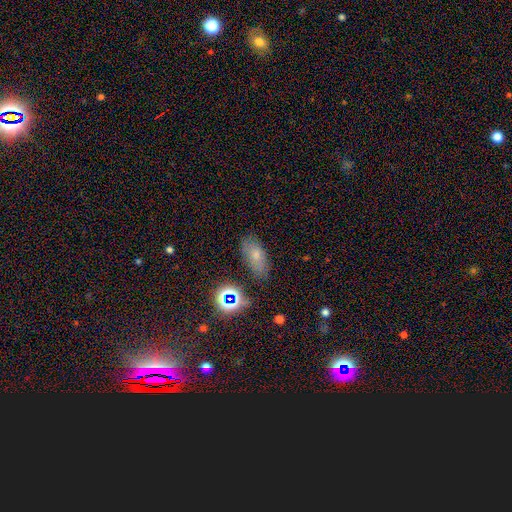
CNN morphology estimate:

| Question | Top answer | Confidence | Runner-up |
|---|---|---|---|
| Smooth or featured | smooth | 66% | star or artifact (18%) |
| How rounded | in between | 87% | round (7%) |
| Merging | none | 74% | minor disturbance (17%) |